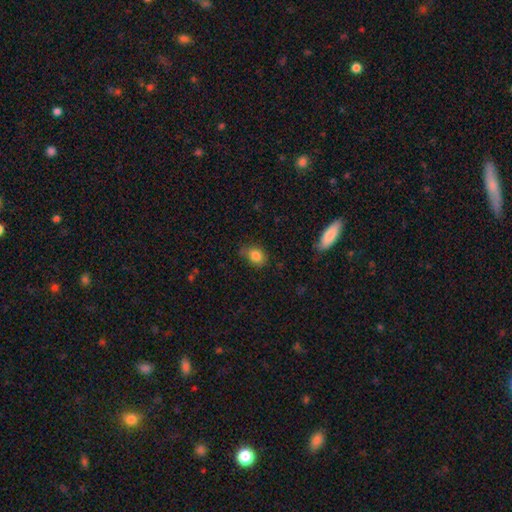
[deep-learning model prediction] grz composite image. It shows a smooth galaxy with no disk features (84%) that is in between round and cigar-shaped (58%). Merging: none (65%).